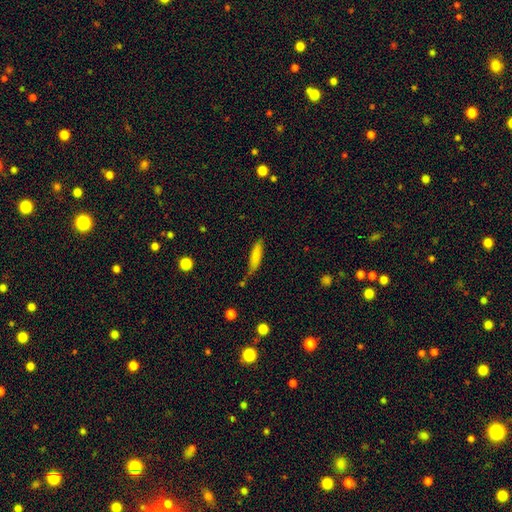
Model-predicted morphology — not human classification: Smooth or featured? Predicted: smooth (p=0.80). How rounded? Predicted: cigar-shaped (p=0.70). Merging? Predicted: none (p=0.59).